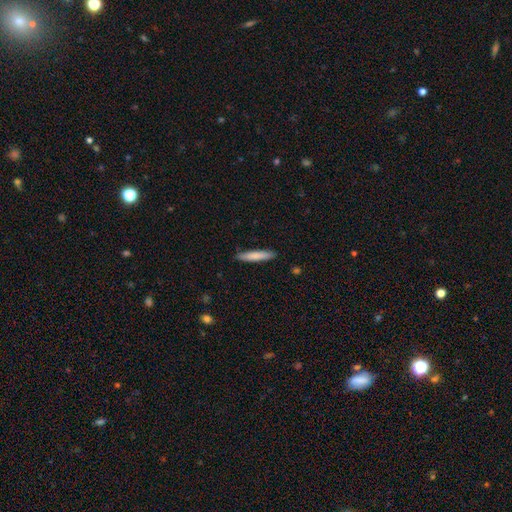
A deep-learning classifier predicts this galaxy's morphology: This is likely a smooth galaxy (80%). How rounded: clearly cigar-shaped (91%). Merging: clearly none (89%).